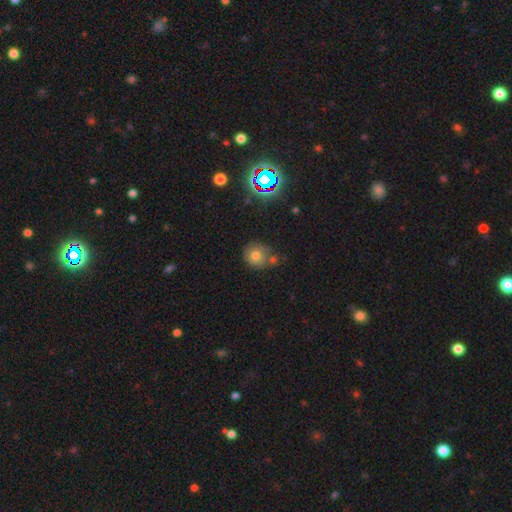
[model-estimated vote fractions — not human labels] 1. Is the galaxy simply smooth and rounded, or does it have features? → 69% smooth, 16% star or artifact, 15% featured or disk.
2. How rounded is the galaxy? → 80% round, 19% in between, 1% cigar-shaped.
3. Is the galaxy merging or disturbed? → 55% none, 21% merger, 18% minor disturbance, 6% major disturbance.